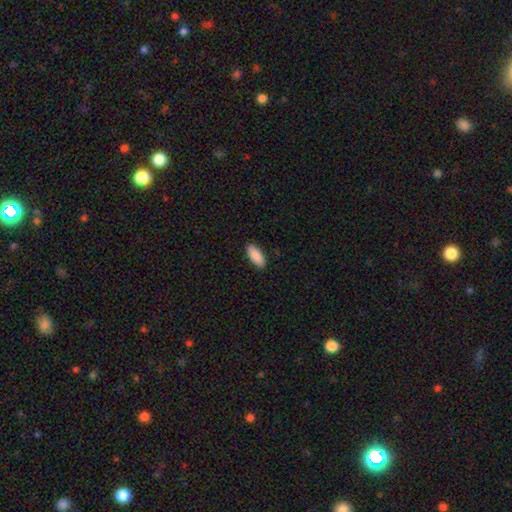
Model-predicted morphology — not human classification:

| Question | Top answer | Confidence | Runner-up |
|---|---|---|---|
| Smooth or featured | smooth | 90% | star or artifact (6%) |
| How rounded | in between | 81% | cigar-shaped (18%) |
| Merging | none | 90% | minor disturbance (8%) |